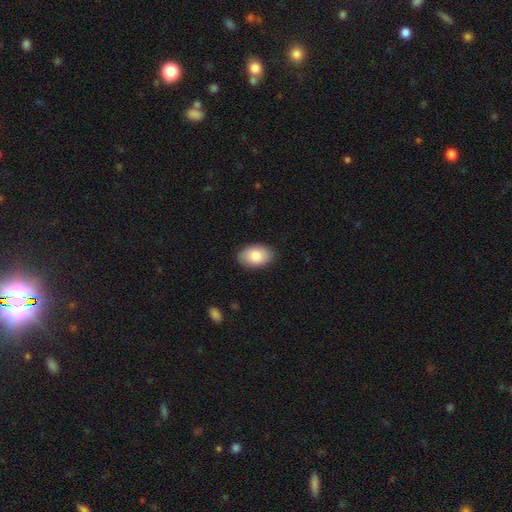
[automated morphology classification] smooth 86%, featured or disk 8%, star or artifact 6%. Down the decision tree: how rounded — in between (91%); merging — none (87%).